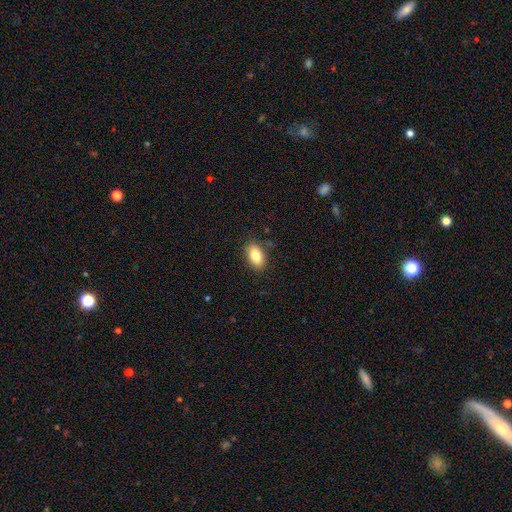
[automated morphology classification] This is clearly a smooth galaxy (83%). How rounded: clearly in between (91%). Merging: clearly none (86%).